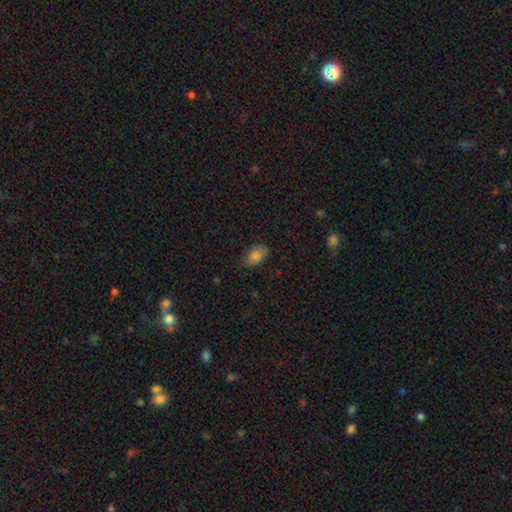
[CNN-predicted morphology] Smooth or featured?
  - smooth: 77% *
  - featured or disk: 12%
  - star or artifact: 11%
How rounded?
  - in between: 90% *
  - round: 7%
  - cigar-shaped: 3%
Merging?
  - none: 75% *
  - minor disturbance: 20%
  - major disturbance: 4%
  - merger: 1%